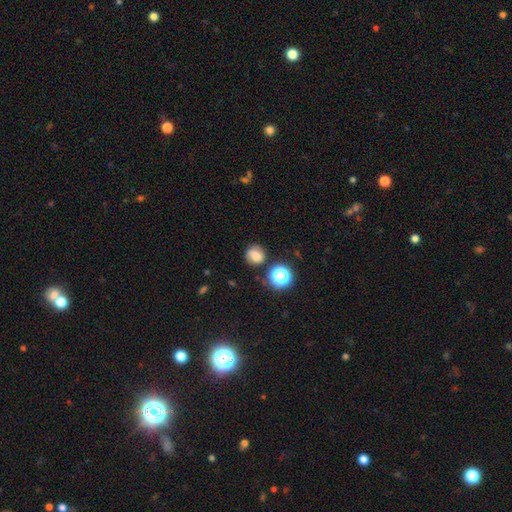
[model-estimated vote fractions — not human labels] Smooth or featured: smooth — 61% (featured or disk — 24%)
How rounded: round — 84% (in between — 15%)
Merging: none — 67% (minor disturbance — 19%)